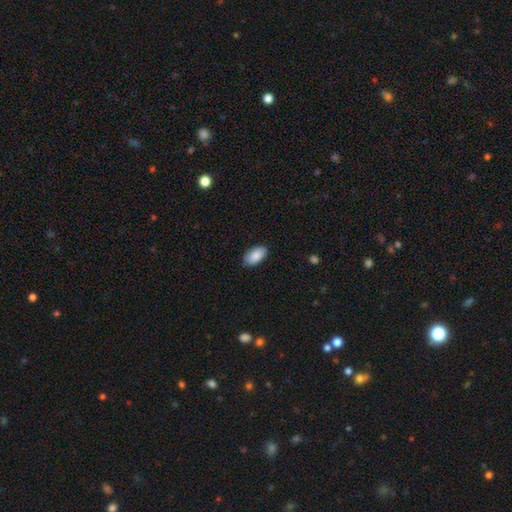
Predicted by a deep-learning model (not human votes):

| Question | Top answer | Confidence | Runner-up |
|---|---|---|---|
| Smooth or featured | smooth | 87% | featured or disk (7%) |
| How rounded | in between | 95% | round (3%) |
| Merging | none | 84% | minor disturbance (13%) |